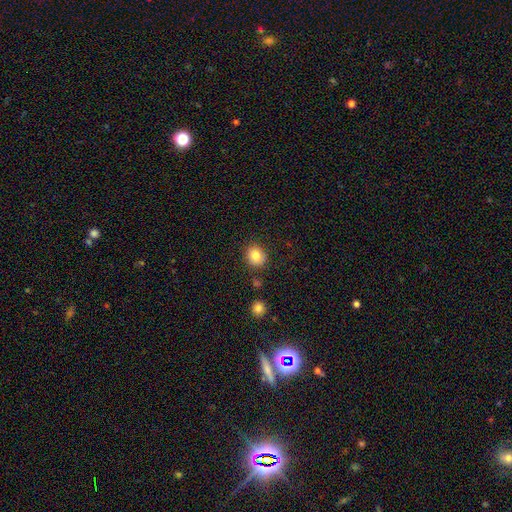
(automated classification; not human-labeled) Overall: smooth (83%). How rounded: round (80%). Merging: none (84%).